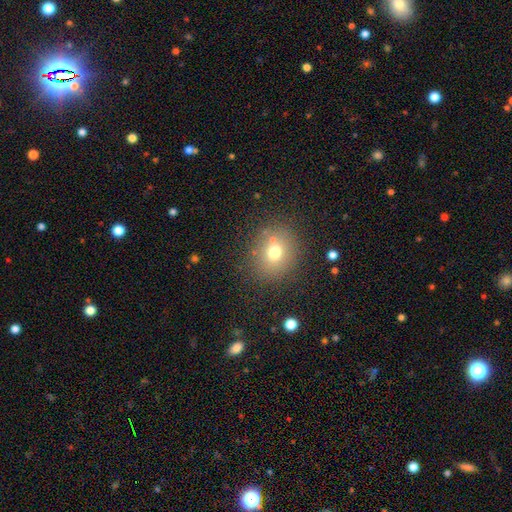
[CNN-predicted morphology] This appears to be a smooth galaxy with no disk features (62%) that is round (75%). Merging: none (90%).